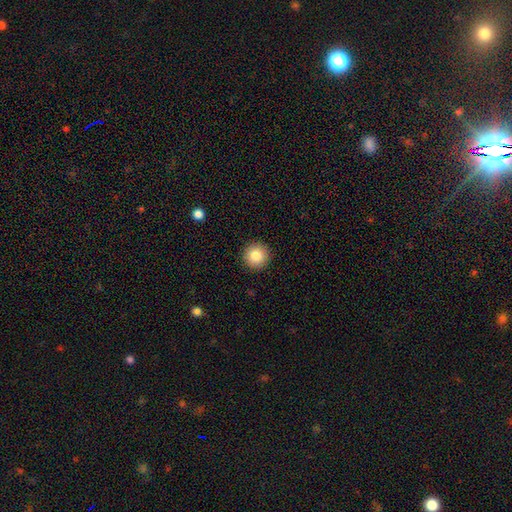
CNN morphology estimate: Smooth or featured? smooth (83%)
How rounded? round (95%)
Merging? none (93%)